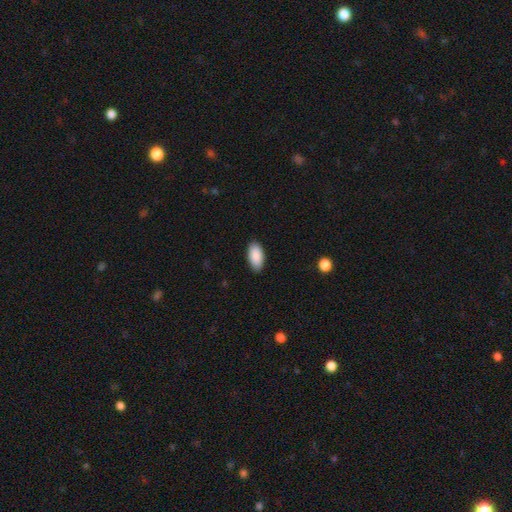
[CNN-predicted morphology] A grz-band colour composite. It shows a smooth galaxy with no disk features (91%) that is in between round and cigar-shaped (95%). Merging: none (88%).